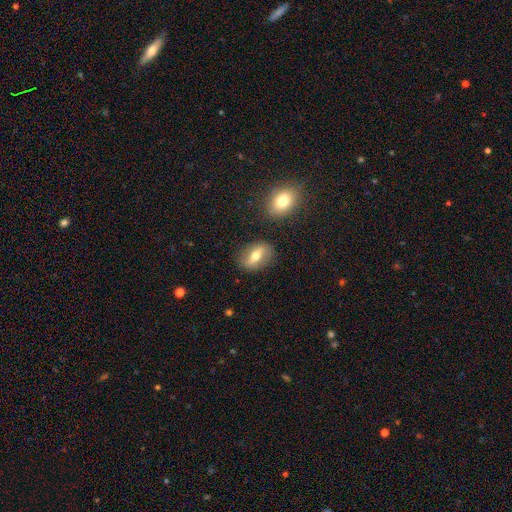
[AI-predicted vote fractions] The model was most divided on "smooth or featured": smooth: 54%, featured or disk: 38%, star or artifact: 8%. More confident: merging — none (84%); how rounded — in between (74%).